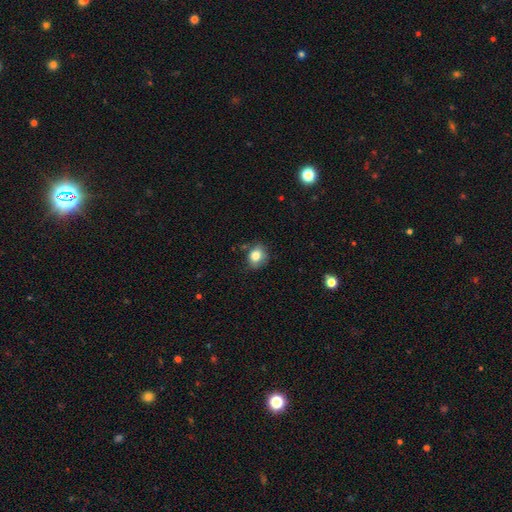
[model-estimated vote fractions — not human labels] smooth 81%, star or artifact 10%, featured or disk 9%. Down the decision tree: how rounded — round (61%); merging — none (70%).